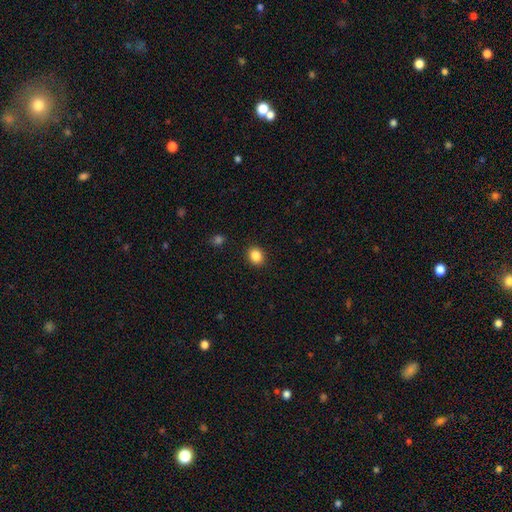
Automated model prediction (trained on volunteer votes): Smooth or featured?
  - smooth: 86% *
  - star or artifact: 10%
  - featured or disk: 4%
How rounded?
  - round: 62% *
  - in between: 37%
  - cigar-shaped: 1%
Merging?
  - none: 90% *
  - minor disturbance: 6%
  - major disturbance: 2%
  - merger: 1%